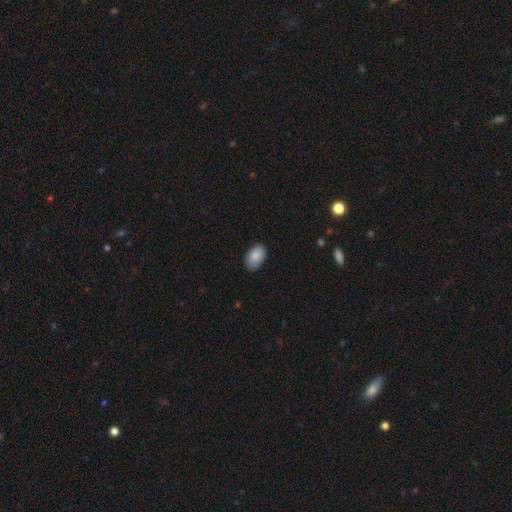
A smooth galaxy with no disk features (85%) that is in between round and cigar-shaped (97%).

Vote fractions:
- Smooth or featured? smooth: 85% / star or artifact: 10% / featured or disk: 5%
- How rounded? in between: 97% / round: 3% / cigar-shaped: 0%
- Merging? none: 89% / minor disturbance: 8% / major disturbance: 3% / merger: 0%